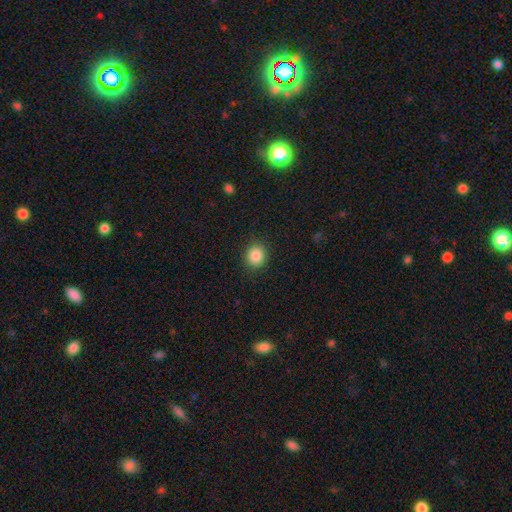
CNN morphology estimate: smooth-or-featured: smooth: 86% | star or artifact: 9% | featured or disk: 4%
  how-rounded: round: 75% | in between: 25% | cigar-shaped: 1%
  merging: none: 89% | minor disturbance: 8% | major disturbance: 2% | merger: 1%